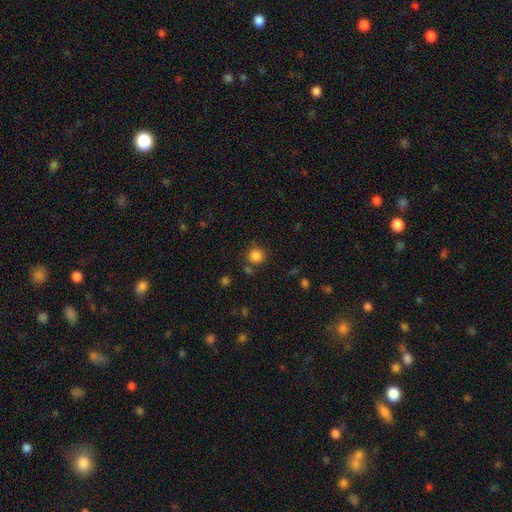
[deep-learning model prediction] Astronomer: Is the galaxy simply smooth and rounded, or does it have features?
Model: smooth — 85%.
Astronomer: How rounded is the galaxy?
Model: round — 93%.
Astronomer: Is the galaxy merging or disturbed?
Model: none — 80%.